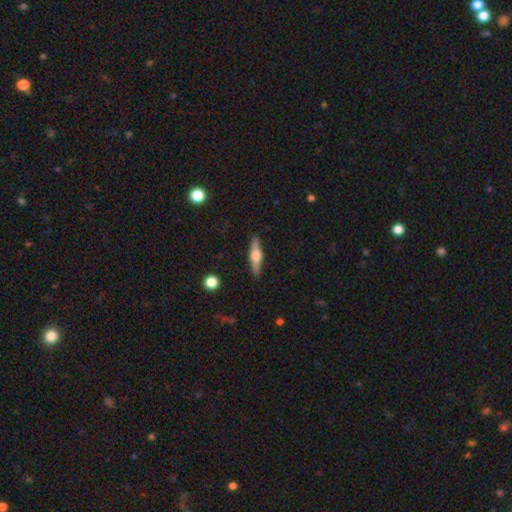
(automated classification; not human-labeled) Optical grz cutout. It shows a featured or disk galaxy (62%) viewed edge-on (96%) with a rounded central bulge (93%). Merging: none (89%).